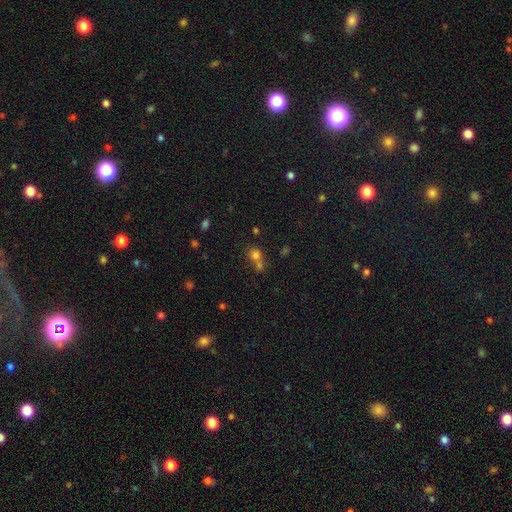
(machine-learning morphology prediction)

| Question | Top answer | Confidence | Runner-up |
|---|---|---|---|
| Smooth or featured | smooth | 72% | star or artifact (18%) |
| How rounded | round | 78% | in between (21%) |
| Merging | merger | 47% | none (41%) |